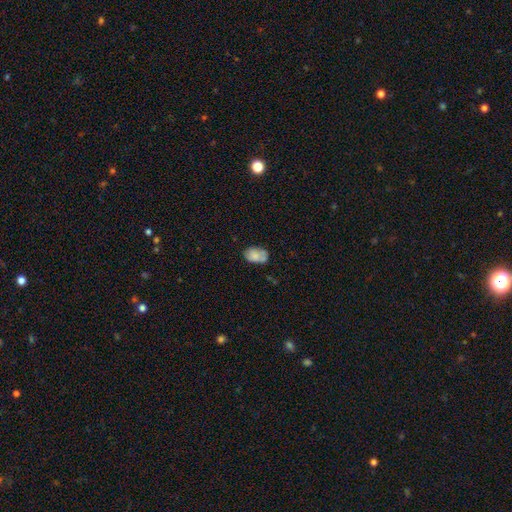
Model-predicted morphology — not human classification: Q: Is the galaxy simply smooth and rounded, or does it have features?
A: smooth — 73%.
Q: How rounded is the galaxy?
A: in between — 86%.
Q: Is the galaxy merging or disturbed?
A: none — 50%.